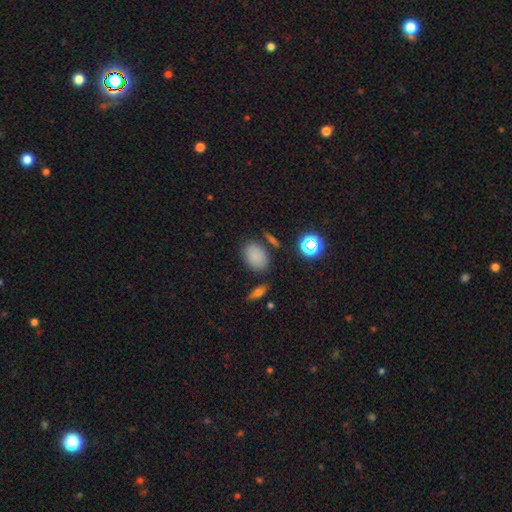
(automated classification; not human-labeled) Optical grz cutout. It shows a smooth galaxy with no disk features (81%) that is in between round and cigar-shaped (79%). Merging: none (76%).